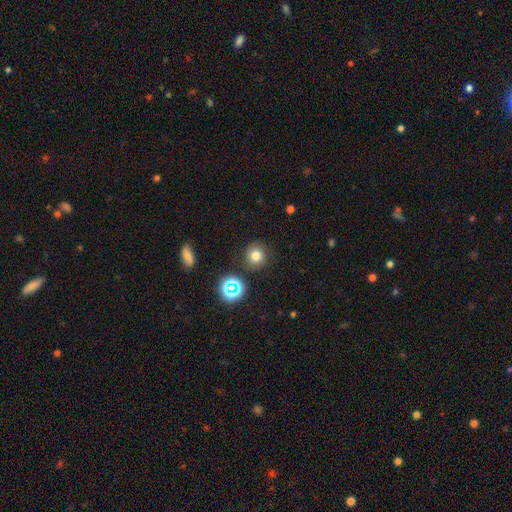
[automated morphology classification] Smooth or featured? Predicted: smooth (p=0.74). How rounded? Predicted: round (p=0.90). Merging? Predicted: none (p=0.85).